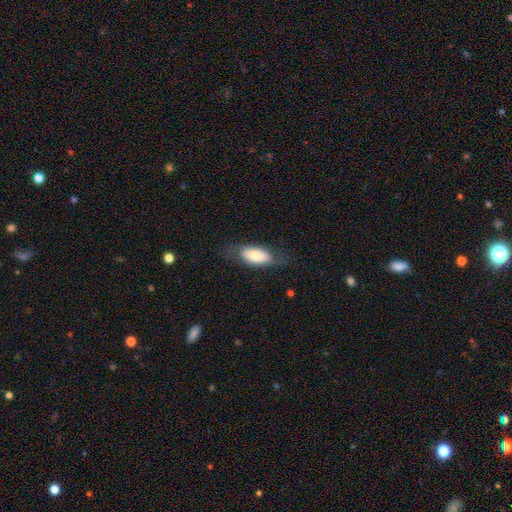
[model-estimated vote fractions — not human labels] This is likely a smooth galaxy (72%). How rounded: clearly in between (85%). Merging: likely none (67%).